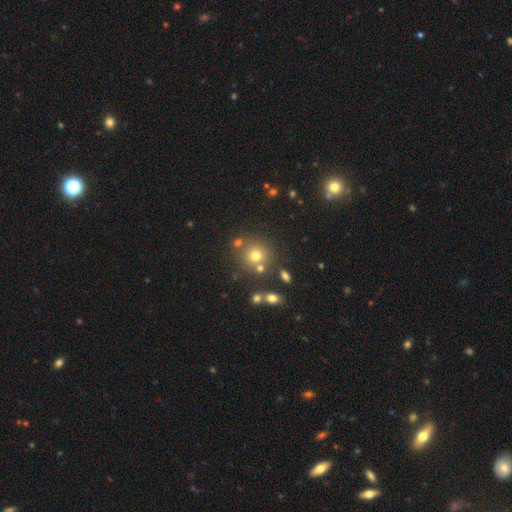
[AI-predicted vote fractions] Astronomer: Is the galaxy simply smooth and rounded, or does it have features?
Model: smooth — 71%.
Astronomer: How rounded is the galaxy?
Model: round — 89%.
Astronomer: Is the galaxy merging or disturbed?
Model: none — 73%.